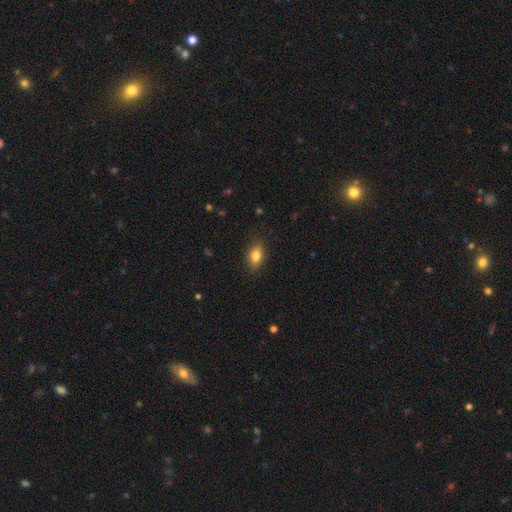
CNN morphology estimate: Overall: smooth (83%). How rounded: in between (85%). Merging: none (85%).